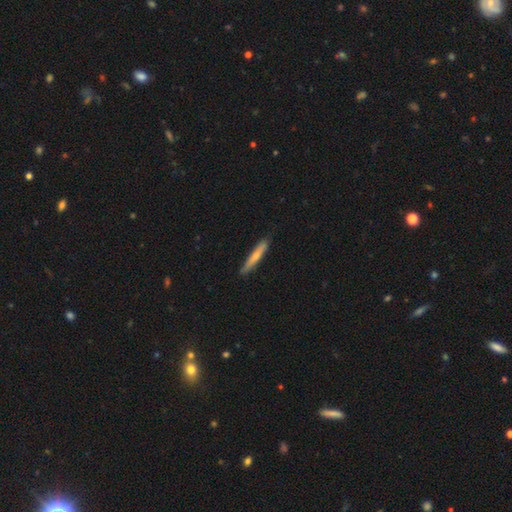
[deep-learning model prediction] Smooth or featured: smooth — 59% (featured or disk — 36%)
How rounded: cigar-shaped — 93% (in between — 6%)
Merging: none — 84% (minor disturbance — 13%)